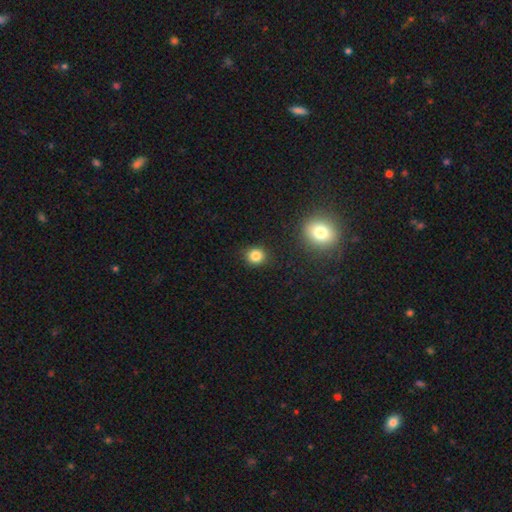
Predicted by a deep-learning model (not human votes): smooth 83%, star or artifact 12%, featured or disk 4%. Down the decision tree: how rounded — round (84%); merging — none (89%).